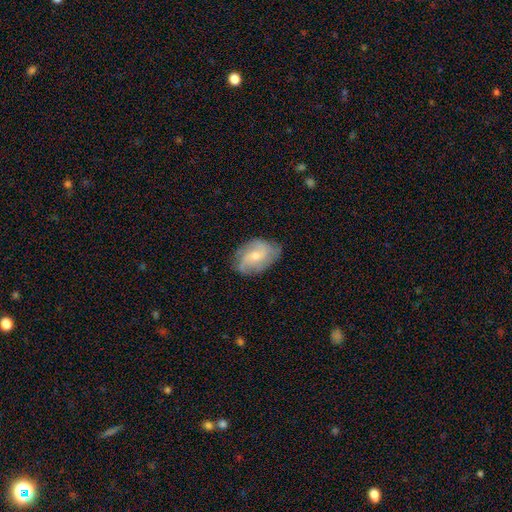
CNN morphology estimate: Smooth or featured: featured or disk — 68% (smooth — 25%)
Edge-on disk: no — 97% (yes — 3%)
Bar: no — 58% (weak — 36%)
Spiral arms: yes — 91% (no — 9%)
Spiral winding: medium — 43% (loose — 32%)
Spiral arm count: 2 — 40% (3 — 26%)
Bulge size: small — 48% (moderate — 47%)
Merging: none — 72% (minor disturbance — 21%)